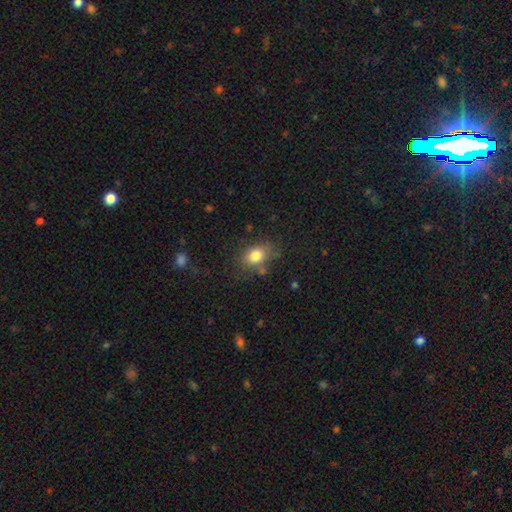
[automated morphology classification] smooth 80%, star or artifact 10%, featured or disk 10%. Down the decision tree: how rounded — in between (67%); merging — none (69%).